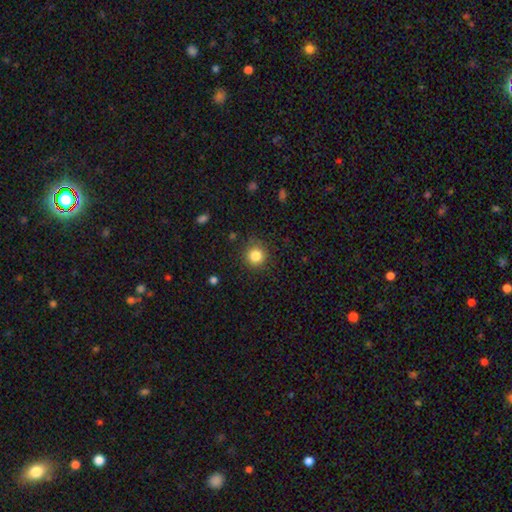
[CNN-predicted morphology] A smooth galaxy with no disk features (84%) that is round (93%). Merging: none (86%).